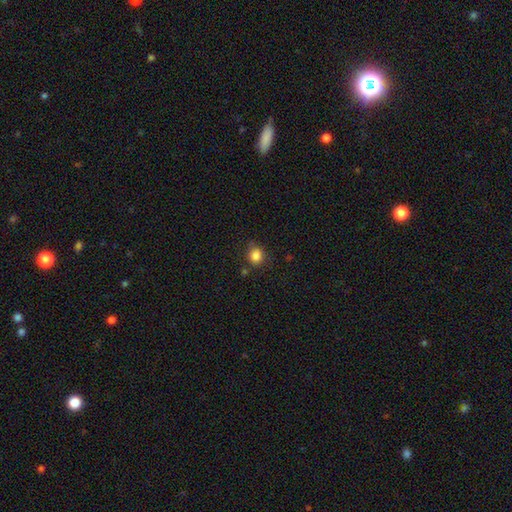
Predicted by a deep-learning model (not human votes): Morphology: type=smooth (84%); roundness=round (79%); merging=none (74%).